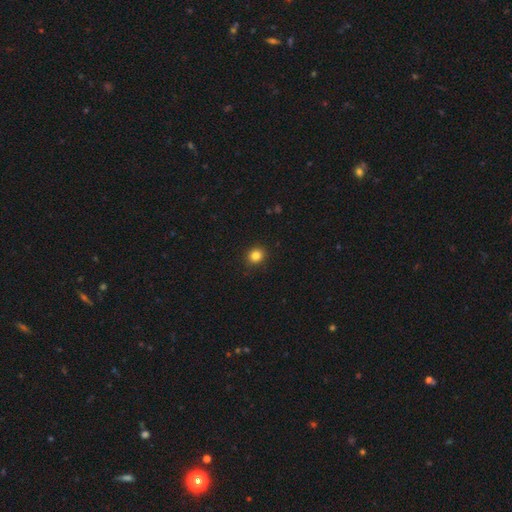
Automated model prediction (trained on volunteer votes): Smooth or featured? Predicted: smooth (p=0.84). How rounded? Predicted: round (p=0.82). Merging? Predicted: none (p=0.91).